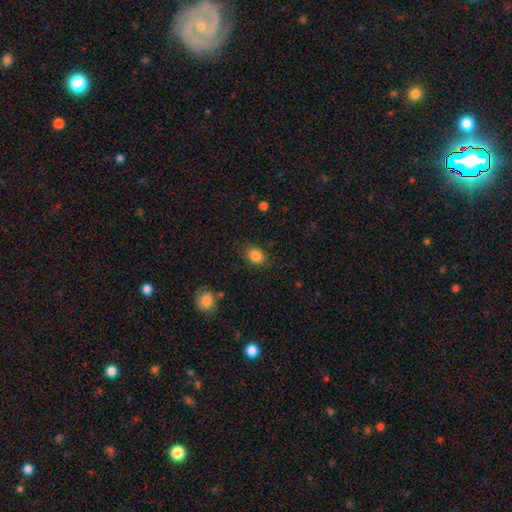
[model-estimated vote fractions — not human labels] Smooth or featured? smooth (85%)
How rounded? in between (55%)
Merging? none (81%)